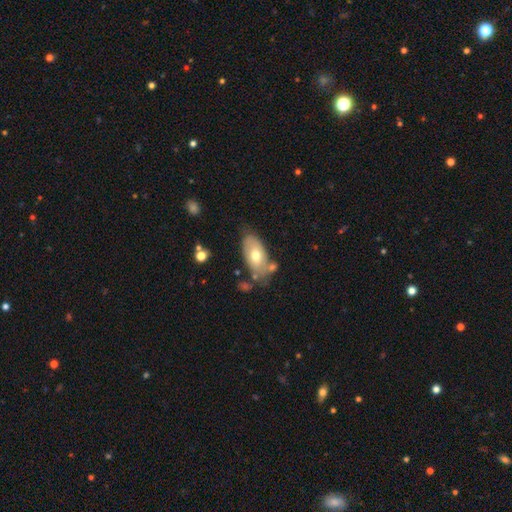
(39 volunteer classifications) Smooth or featured: smooth — 62% (featured or disk — 28%)
How rounded: in between — 96% (cigar-shaped — 4%)
Merging: none — 54% (minor disturbance — 37%)